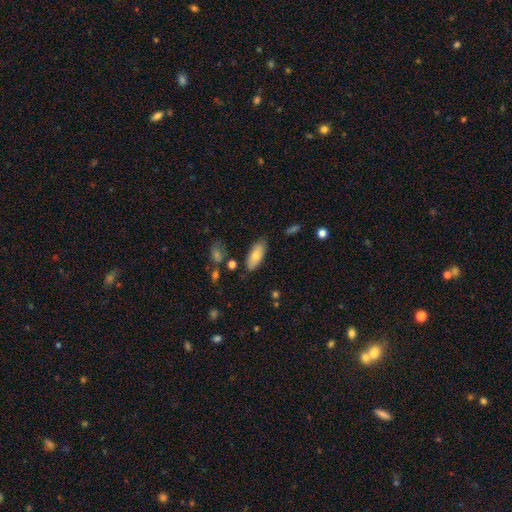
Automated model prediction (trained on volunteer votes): The model was most divided on "smooth or featured": smooth: 76%, featured or disk: 17%, star or artifact: 7%. More confident: how rounded — in between (83%); merging — none (78%).